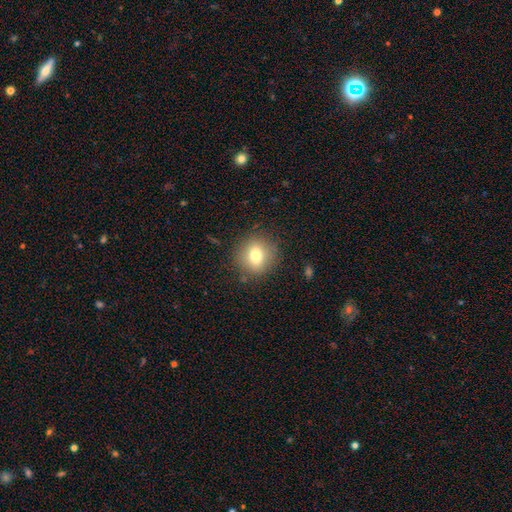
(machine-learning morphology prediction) The model was most divided on "how rounded": round: 80%, in between: 18%, cigar-shaped: 1%. More confident: merging — none (85%); smooth or featured — smooth (77%).